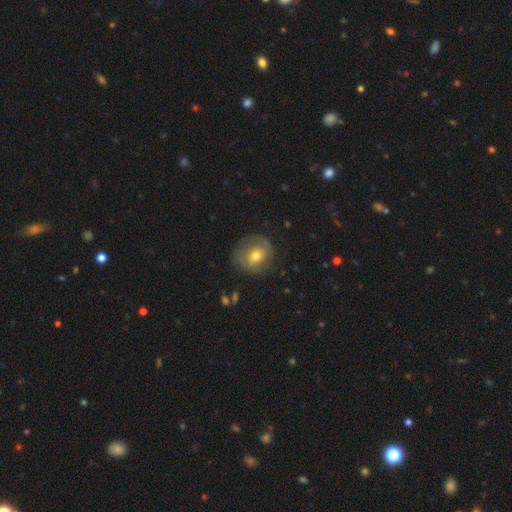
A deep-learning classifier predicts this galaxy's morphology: Smooth or featured? Predicted: smooth (p=0.47). Merging? Predicted: none (p=0.70).